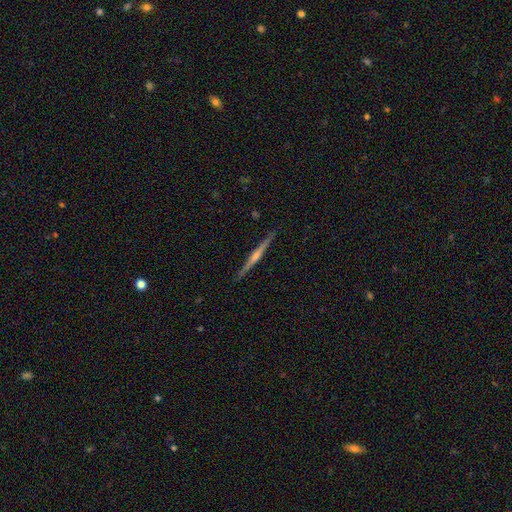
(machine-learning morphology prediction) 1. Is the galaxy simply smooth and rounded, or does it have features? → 82% featured or disk, 13% smooth, 5% star or artifact.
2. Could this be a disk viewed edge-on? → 99% yes, 1% no.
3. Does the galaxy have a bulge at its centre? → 80% rounded, 12% none, 8% boxy.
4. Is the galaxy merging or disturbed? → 93% none, 5% minor disturbance, 1% major disturbance, 1% merger.